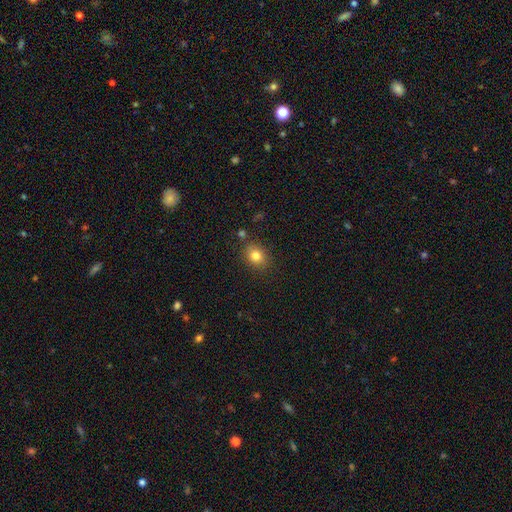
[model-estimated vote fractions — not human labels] smooth_or_featured: smooth (p=0.81) [alt: star or artifact p=0.11]
how_rounded: round (p=0.59) [alt: in between p=0.40]
merging: none (p=0.82) [alt: minor disturbance p=0.11]